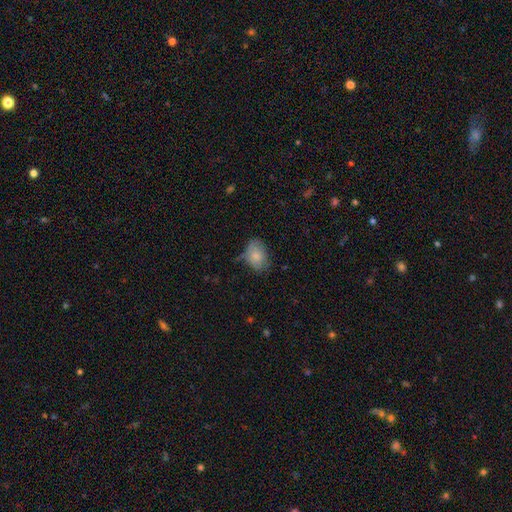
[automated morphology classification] Smooth or featured?
  - smooth: 79% *
  - featured or disk: 13%
  - star or artifact: 8%
How rounded?
  - in between: 80% *
  - round: 19%
  - cigar-shaped: 1%
Merging?
  - none: 55% *
  - minor disturbance: 32%
  - major disturbance: 9%
  - merger: 3%